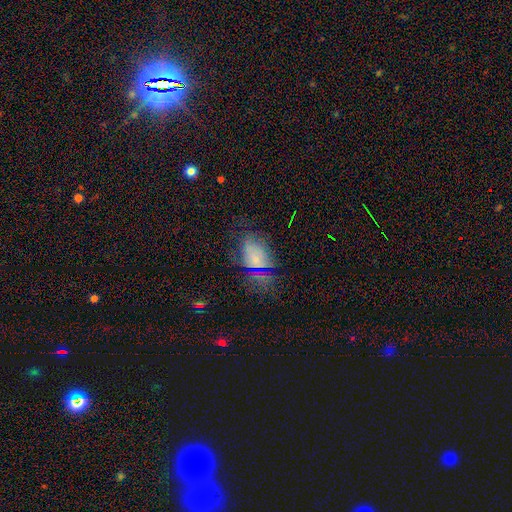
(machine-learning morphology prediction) smooth 41%, star or artifact 38%, featured or disk 21%. Down the decision tree: merging — none (58%).